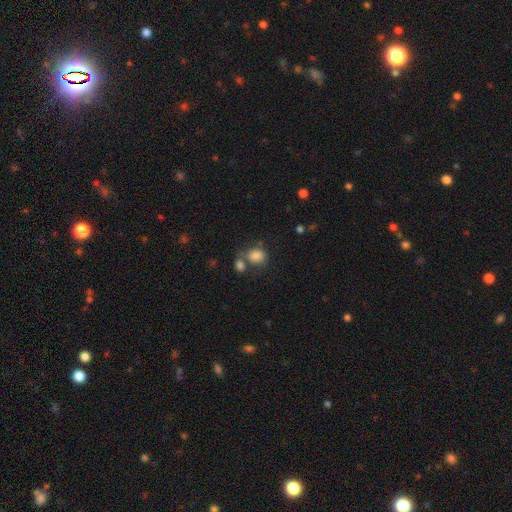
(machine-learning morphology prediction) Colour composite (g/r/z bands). It shows a smooth galaxy with no disk features (83%) that is in between round and cigar-shaped (50%). Merging: none (47%).